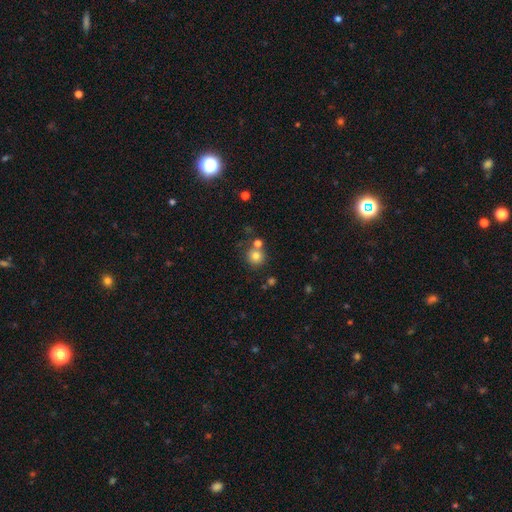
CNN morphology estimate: Smooth or featured? Predicted: smooth (p=0.78). How rounded? Predicted: round (p=0.91). Merging? Predicted: none (p=0.67).